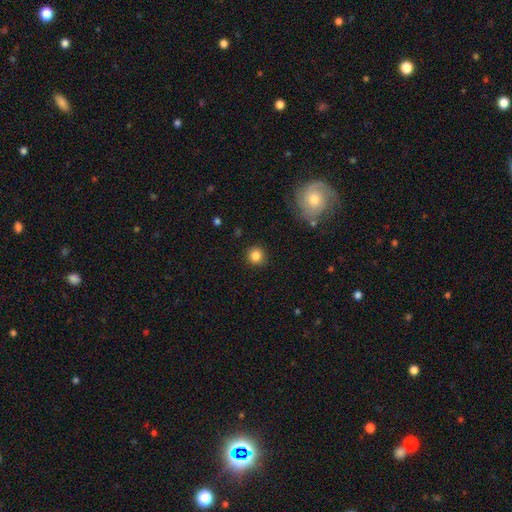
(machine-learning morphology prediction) This is clearly a smooth galaxy (84%). How rounded: clearly round (92%). Merging: clearly none (90%).